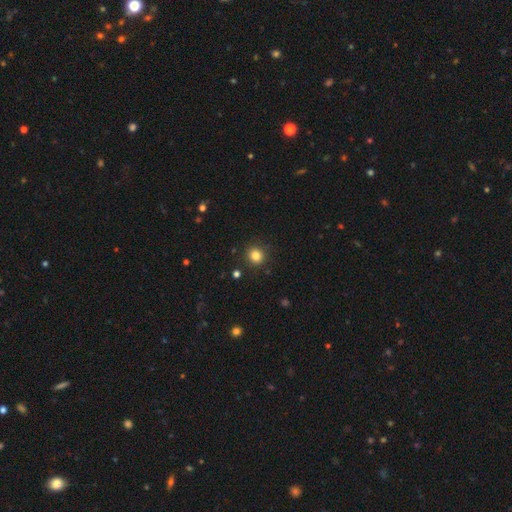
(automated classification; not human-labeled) smooth_or_featured: smooth (p=0.83) [alt: star or artifact p=0.12]
how_rounded: round (p=0.85) [alt: in between p=0.14]
merging: none (p=0.89) [alt: minor disturbance p=0.07]